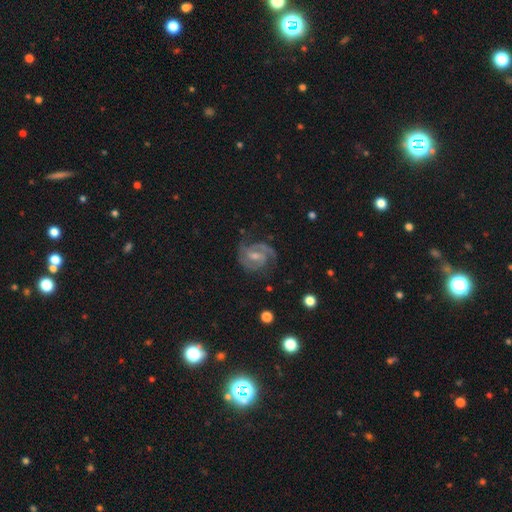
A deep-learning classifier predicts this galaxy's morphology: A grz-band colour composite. It shows a featured or disk galaxy (89%) with a weak bar (56%), 2 (81%) tight (46%) spiral arms (98%) and a small central bulge (46%). Merging: none (72%).